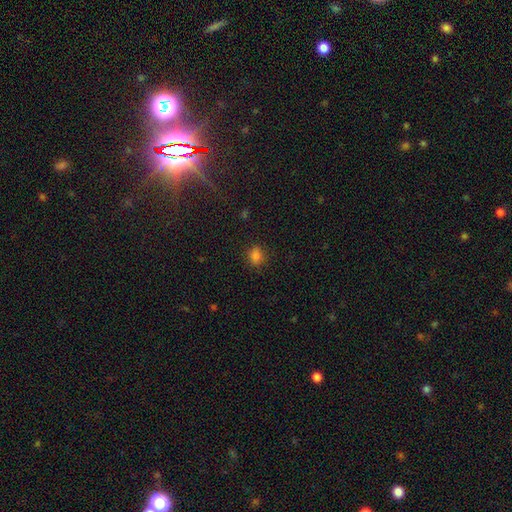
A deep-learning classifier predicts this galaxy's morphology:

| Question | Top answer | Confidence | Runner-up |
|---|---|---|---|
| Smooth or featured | smooth | 81% | star or artifact (15%) |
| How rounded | round | 64% | in between (35%) |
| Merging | none | 85% | minor disturbance (10%) |